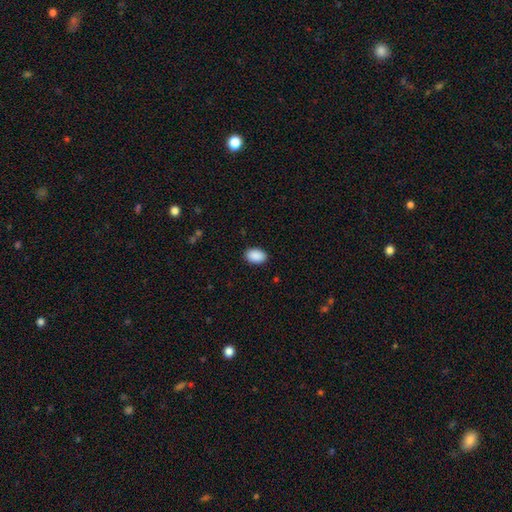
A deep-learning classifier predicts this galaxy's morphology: This appears to be a smooth galaxy with no disk features (91%) that is in between round and cigar-shaped (88%). Merging: none (90%).